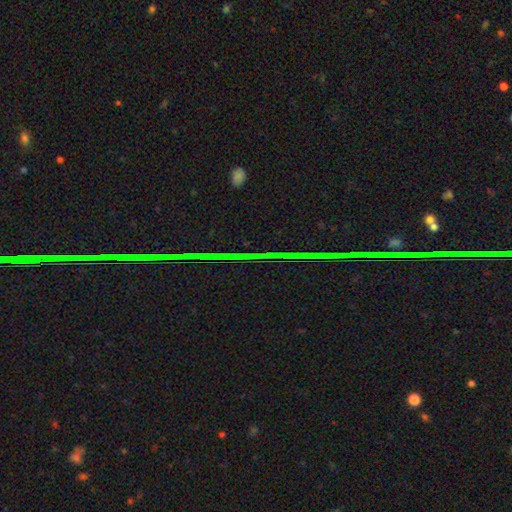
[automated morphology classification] Smooth or featured? Predicted: star or artifact (p=0.88).